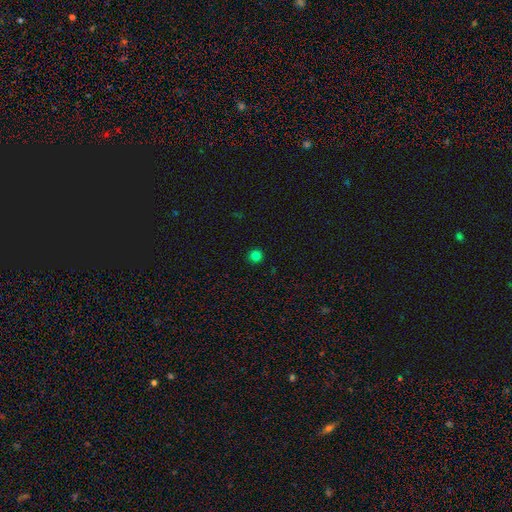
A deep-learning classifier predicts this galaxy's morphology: The model was most divided on "smooth or featured": smooth: 81%, star or artifact: 16%, featured or disk: 4%. More confident: how rounded — round (95%); merging — none (93%).